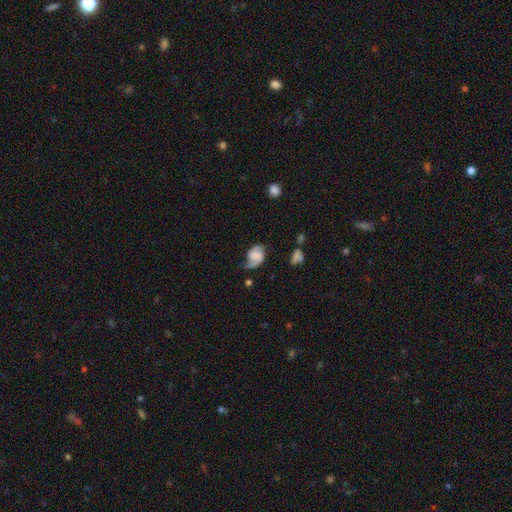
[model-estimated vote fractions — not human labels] Overall: featured or disk (57%; smooth 34%). Edge-on disk: no (97%). Bar: no (54%; weak 33%). Spiral arms: yes (88%). Bulge size: none (54%; large 15%). Merging: none (42%; minor disturbance 30%).